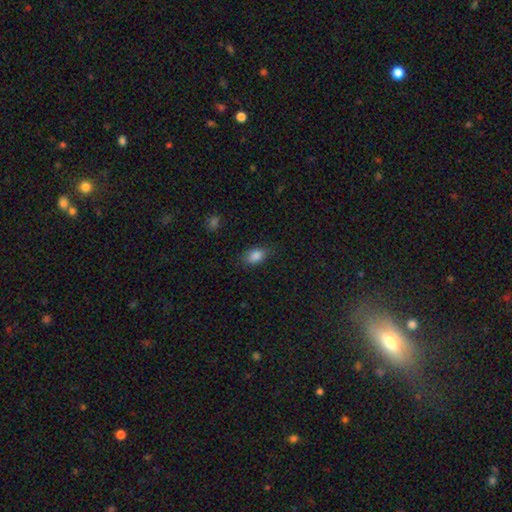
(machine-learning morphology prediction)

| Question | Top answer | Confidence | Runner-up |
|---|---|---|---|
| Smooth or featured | smooth | 86% | star or artifact (9%) |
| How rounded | in between | 86% | round (12%) |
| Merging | none | 78% | minor disturbance (16%) |